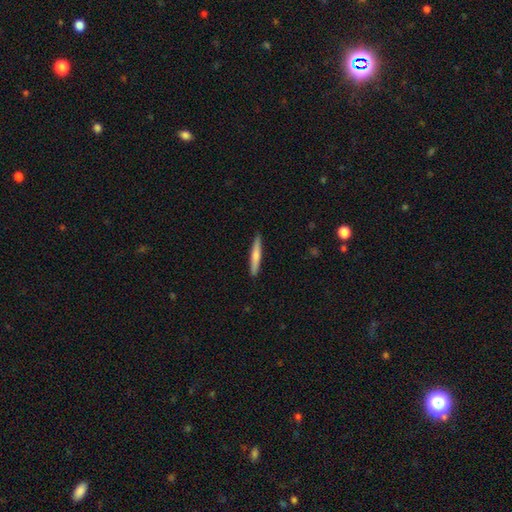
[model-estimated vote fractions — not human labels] Overall: smooth (65%; featured or disk 29%). How rounded: cigar-shaped (94%). Merging: none (91%).